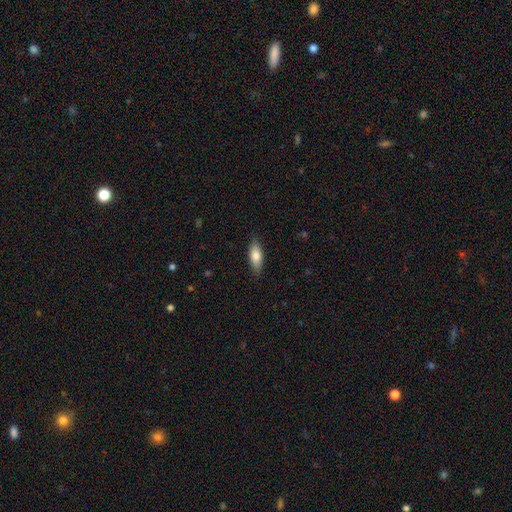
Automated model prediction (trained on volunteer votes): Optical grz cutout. It shows a smooth galaxy with no disk features (78%) that is in between round and cigar-shaped (71%). Merging: none (86%).